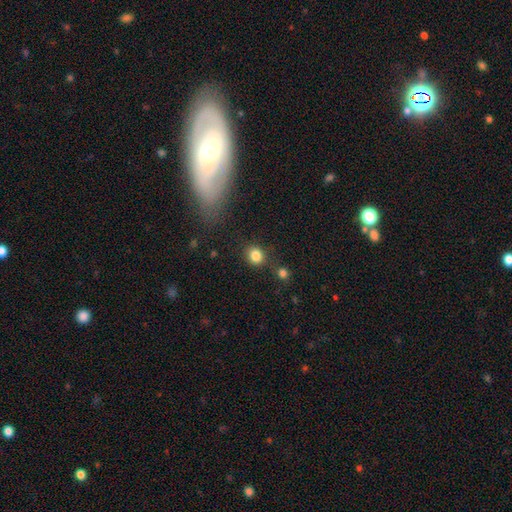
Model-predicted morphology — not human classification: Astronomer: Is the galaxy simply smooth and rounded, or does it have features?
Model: smooth — 84%.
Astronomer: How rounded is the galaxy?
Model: round — 75%.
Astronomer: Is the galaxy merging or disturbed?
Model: none — 80%.